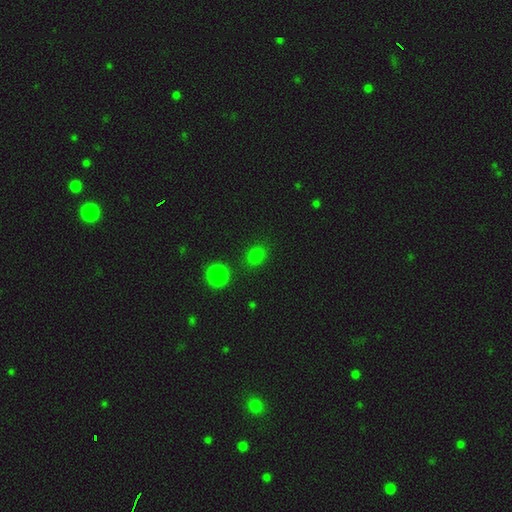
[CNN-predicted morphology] A smooth galaxy with no disk features (80%) that is round (67%).

Vote fractions:
- Smooth or featured? smooth: 80% / star or artifact: 16% / featured or disk: 4%
- How rounded? round: 67% / in between: 32% / cigar-shaped: 1%
- Merging? none: 84% / minor disturbance: 9% / merger: 4% / major disturbance: 3%